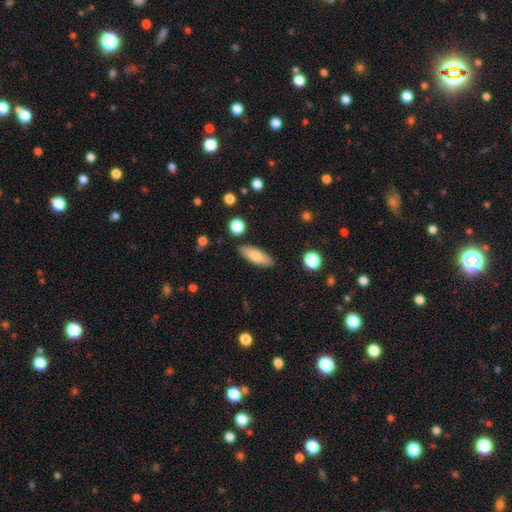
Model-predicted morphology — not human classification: Smooth or featured? Predicted: smooth (p=0.75). How rounded? Predicted: in between (p=0.63). Merging? Predicted: none (p=0.86).